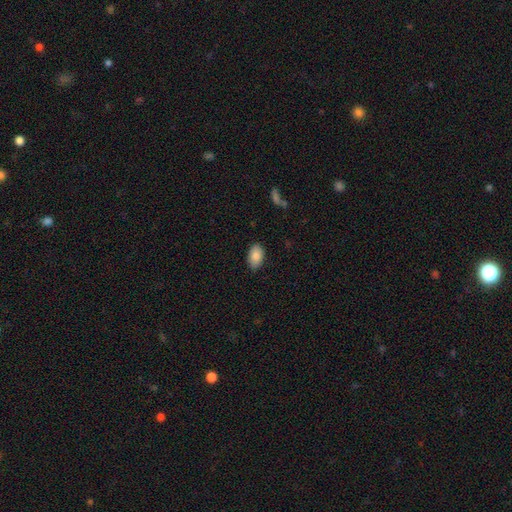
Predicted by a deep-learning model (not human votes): Smooth or featured? smooth (86%)
How rounded? in between (93%)
Merging? none (85%)